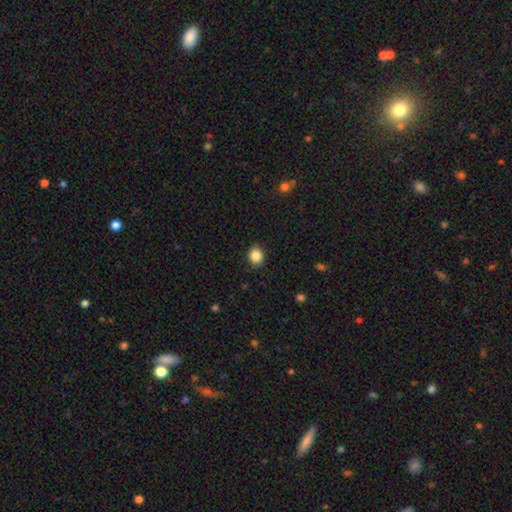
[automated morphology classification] Q: Smooth or featured?
A: smooth (86%); runner-up: star or artifact (10%)
Q: How rounded?
A: round (63%); runner-up: in between (36%)
Q: Merging?
A: none (90%); runner-up: minor disturbance (7%)